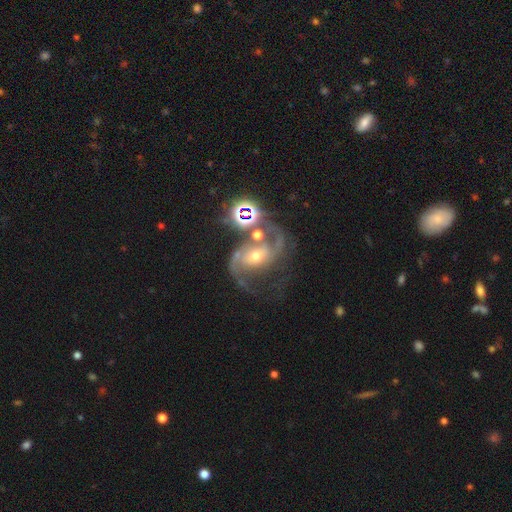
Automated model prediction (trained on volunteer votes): Morphology: type=featured or disk (85%); edge-on=no (97%); bar=no (43%); spiral arms=yes (96%); winding=medium (53%); arm count=2 (84%); bulge=moderate (52%); merging=none (47%).